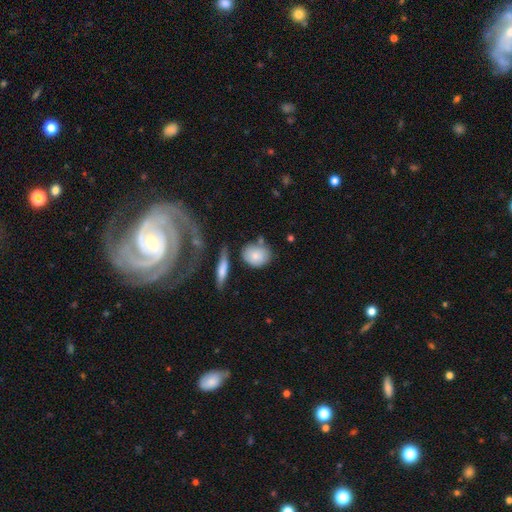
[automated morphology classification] smooth-or-featured: smooth: 78% | featured or disk: 15% | star or artifact: 7%
  how-rounded: round: 51% | in between: 47% | cigar-shaped: 3%
  merging: none: 59% | minor disturbance: 21% | merger: 14% | major disturbance: 7%